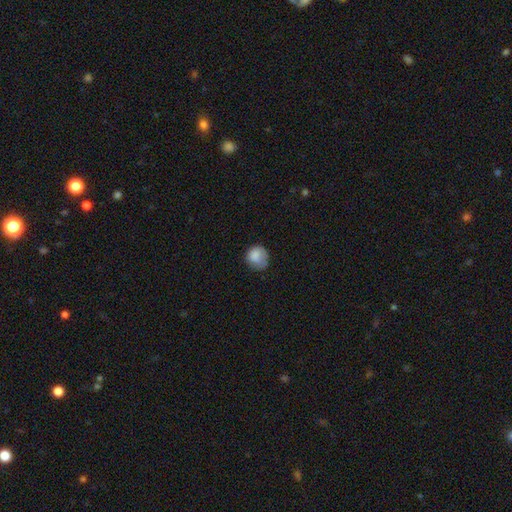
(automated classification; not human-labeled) Overall: smooth (83%). How rounded: round (81%). Merging: none (56%; minor disturbance 30%).